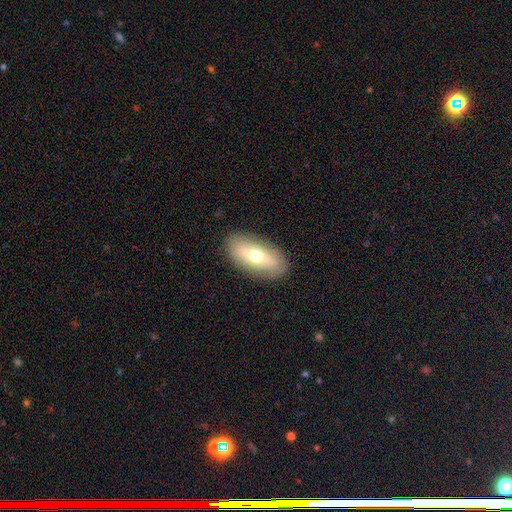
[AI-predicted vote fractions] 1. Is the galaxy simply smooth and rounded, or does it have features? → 54% smooth, 39% featured or disk, 7% star or artifact.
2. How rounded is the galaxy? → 84% in between, 12% cigar-shaped, 3% round.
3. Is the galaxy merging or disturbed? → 88% none, 9% minor disturbance, 3% major disturbance, 1% merger.